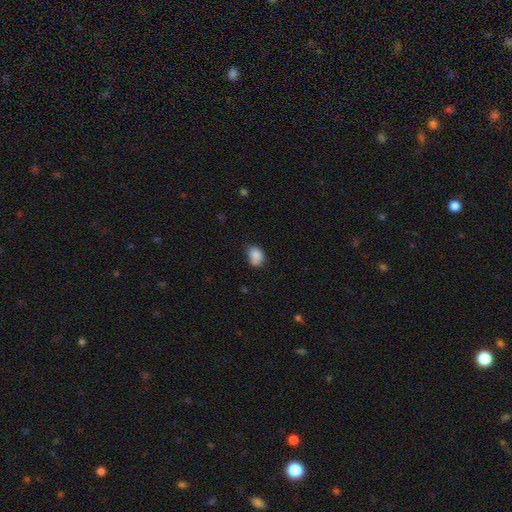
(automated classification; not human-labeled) Morphology: type=smooth (85%); roundness=in between (65%); merging=none (58%).